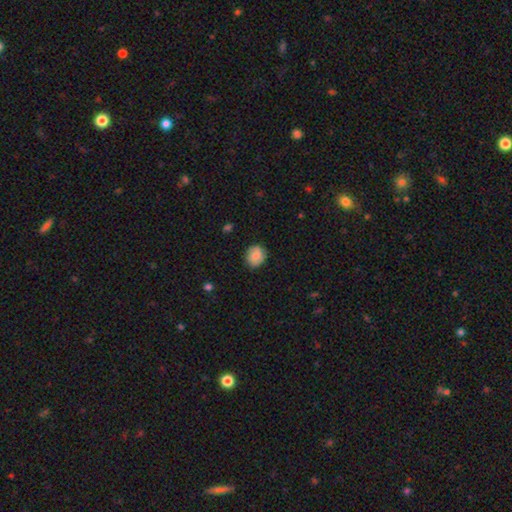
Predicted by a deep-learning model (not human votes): A smooth galaxy with no disk features (72%) that is round (74%).

Vote fractions:
- Smooth or featured? smooth: 72% / featured or disk: 20% / star or artifact: 8%
- How rounded? round: 74% / in between: 25% / cigar-shaped: 1%
- Merging? none: 81% / minor disturbance: 14% / major disturbance: 3% / merger: 1%